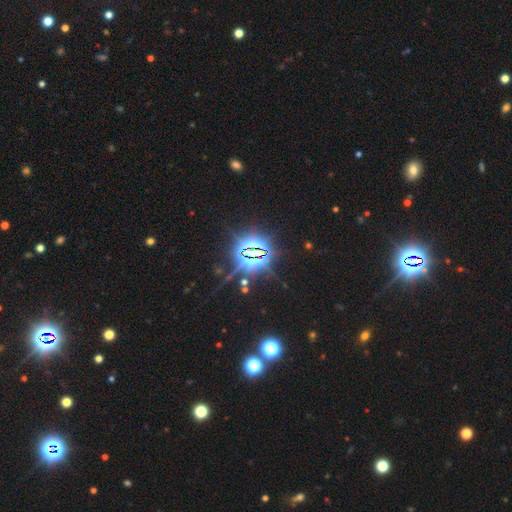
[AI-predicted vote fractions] A star or artifact, not a galaxy (85%).